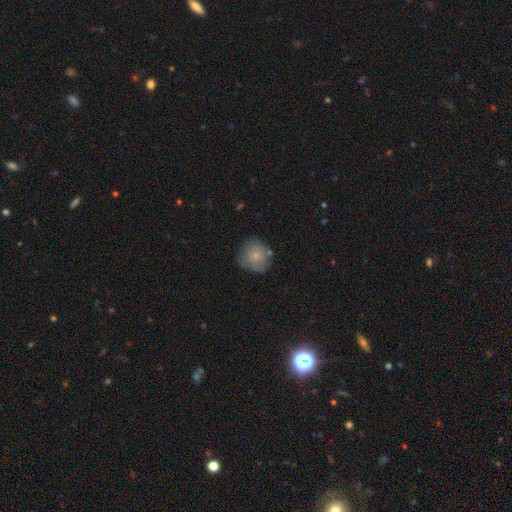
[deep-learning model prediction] smooth_or_featured: smooth (p=0.74) [alt: featured or disk p=0.18]
how_rounded: round (p=0.86) [alt: in between p=0.13]
merging: none (p=0.67) [alt: minor disturbance p=0.23]